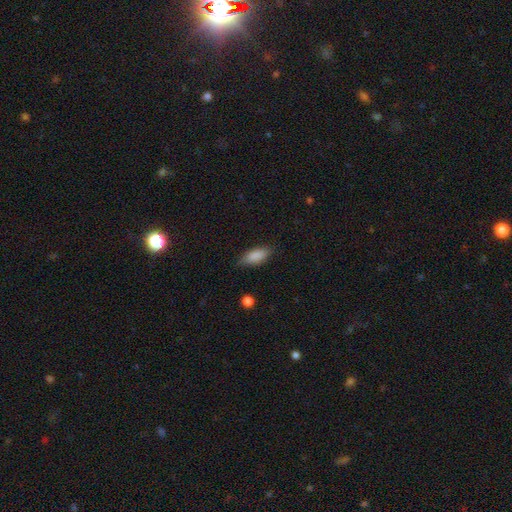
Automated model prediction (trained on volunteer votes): A smooth galaxy with no disk features (87%) that is in between round and cigar-shaped (83%).

Vote fractions:
- Smooth or featured? smooth: 87% / star or artifact: 7% / featured or disk: 6%
- How rounded? in between: 83% / cigar-shaped: 15% / round: 2%
- Merging? none: 79% / minor disturbance: 16% / major disturbance: 3% / merger: 1%